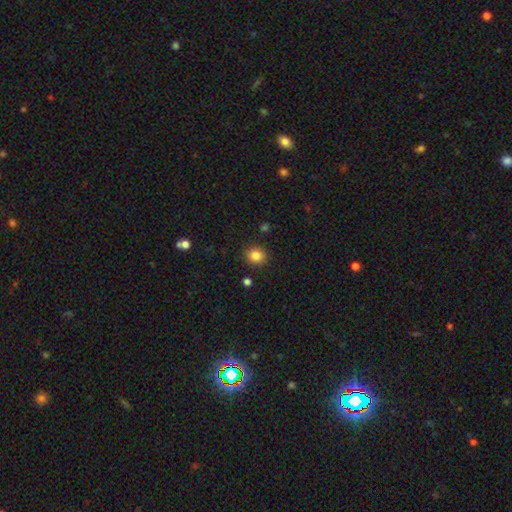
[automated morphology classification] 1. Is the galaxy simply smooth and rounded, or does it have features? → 84% smooth, 11% star or artifact, 5% featured or disk.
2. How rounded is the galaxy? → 71% round, 28% in between, 1% cigar-shaped.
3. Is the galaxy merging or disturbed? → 88% none, 8% minor disturbance, 2% major disturbance, 2% merger.